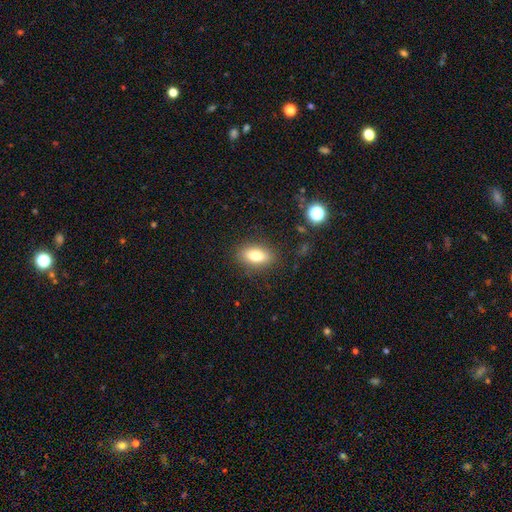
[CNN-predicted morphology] This is likely a smooth galaxy (78%). How rounded: clearly in between (84%). Merging: clearly none (86%).